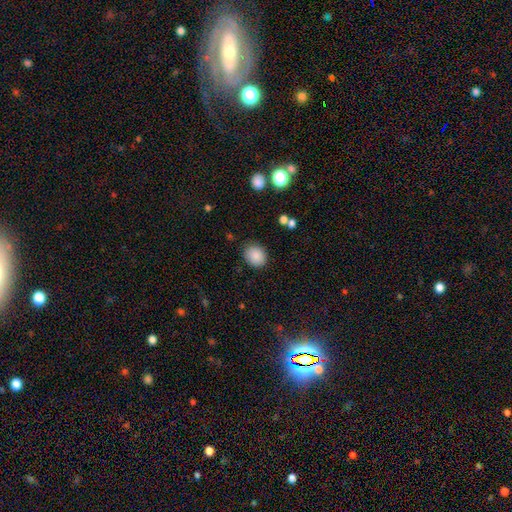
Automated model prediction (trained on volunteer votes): smooth 87%, star or artifact 9%, featured or disk 5%. Down the decision tree: how rounded — round (68%); merging — none (85%).